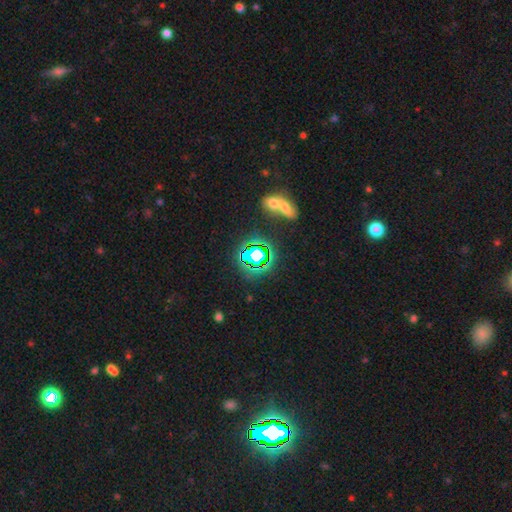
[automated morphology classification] A star or artifact, not a galaxy (66%).

Vote fractions:
- Smooth or featured? star or artifact: 66% / smooth: 22% / featured or disk: 12%